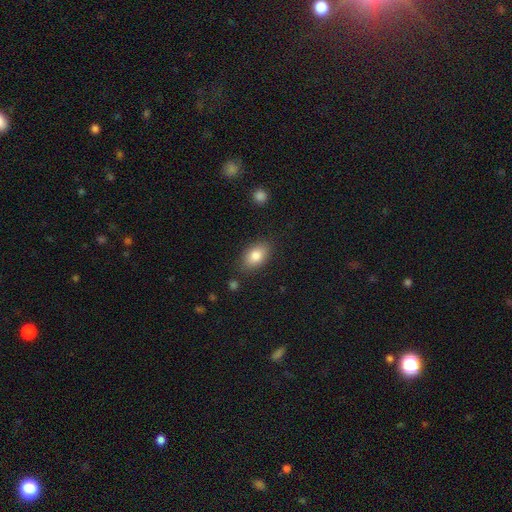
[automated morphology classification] A smooth galaxy with no disk features (82%) that is in between round and cigar-shaped (88%). Merging: none (82%).